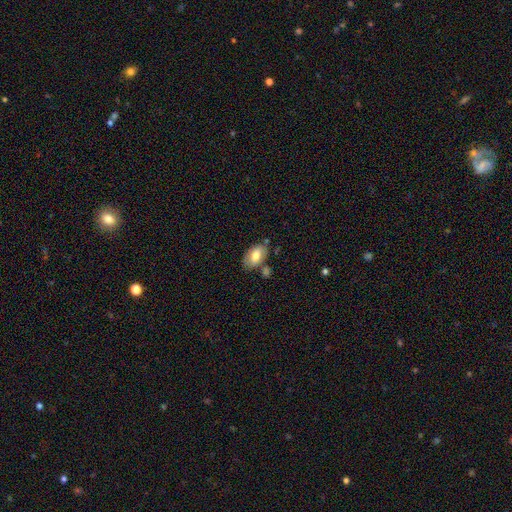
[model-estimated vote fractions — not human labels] A smooth galaxy with no disk features (68%) that is in between round and cigar-shaped (92%). Merging: none (65%).